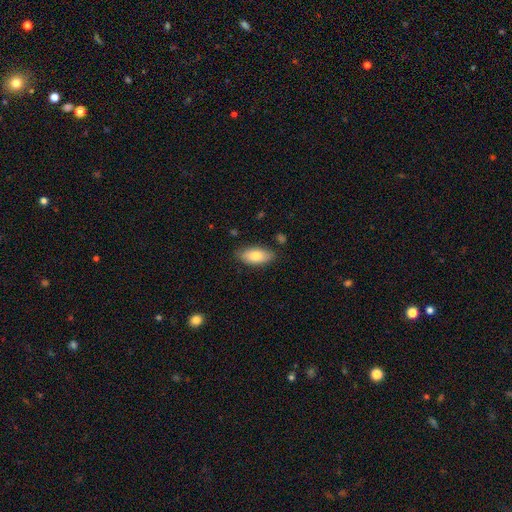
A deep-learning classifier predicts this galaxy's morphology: Overall: smooth (77%). How rounded: in between (90%). Merging: none (83%).